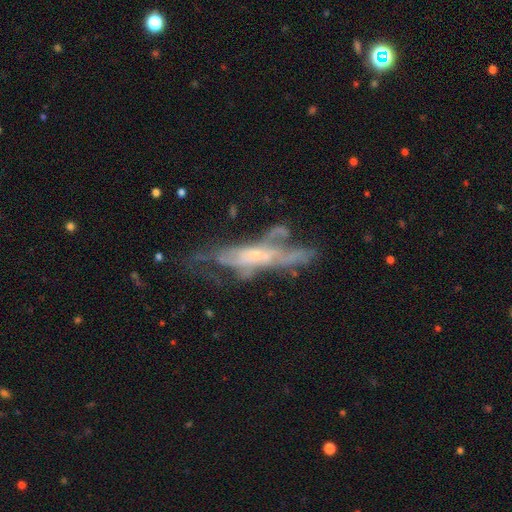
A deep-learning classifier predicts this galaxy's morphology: A featured or disk galaxy (69%).

Vote fractions:
- Smooth or featured? featured or disk: 69% / smooth: 21% / star or artifact: 10%
- Edge-on disk? no: 58% / yes: 42%
- Merging? major disturbance: 33% / none: 32% / minor disturbance: 20% / merger: 15%